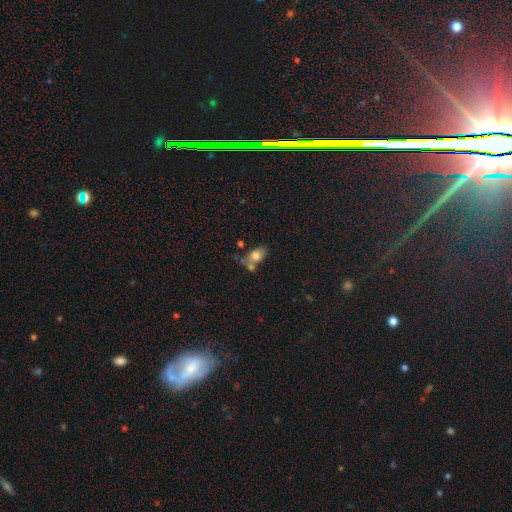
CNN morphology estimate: smooth-or-featured: smooth: 75% | featured or disk: 15% | star or artifact: 9%
  how-rounded: in between: 81% | round: 17% | cigar-shaped: 2%
  merging: merger: 36% (tied) | none: 36% (tied) | minor disturbance: 19% | major disturbance: 9%